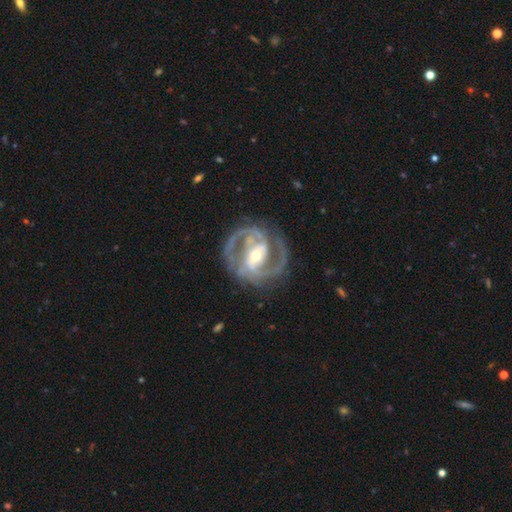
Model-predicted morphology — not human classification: This is clearly a featured or disk galaxy (93%). It is clearly not viewed edge-on (98%). Bar: marginally strong (43%). Spiral arm pattern: clearly yes (98%). Spiral arm count: likely 2 (65%). Spiral winding: possibly medium (53%). Central bulge: possibly moderate (55%). Merging: likely none (77%).